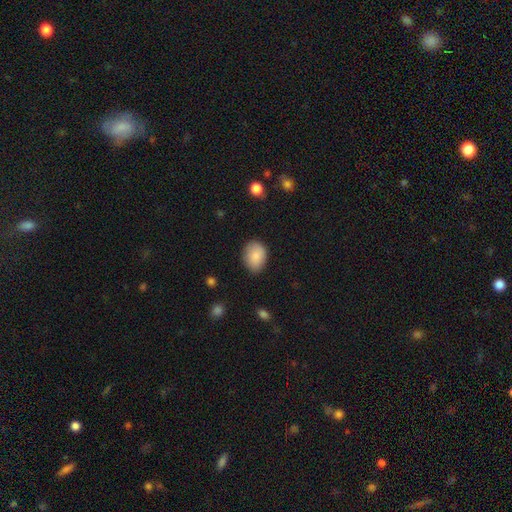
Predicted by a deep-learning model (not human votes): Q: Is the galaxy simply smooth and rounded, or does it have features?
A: smooth — 86%.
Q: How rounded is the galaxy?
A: in between — 70%.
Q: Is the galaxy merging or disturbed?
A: none — 81%.